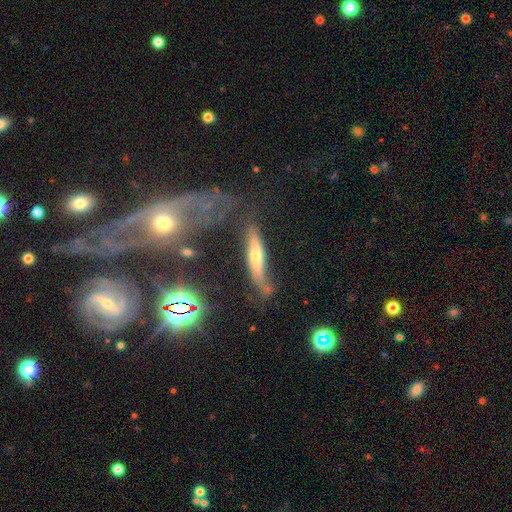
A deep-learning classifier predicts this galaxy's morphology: featured or disk 59%, smooth 30%, star or artifact 11%. Down the decision tree: edge-on disk — yes (79%); merging — none (55%).